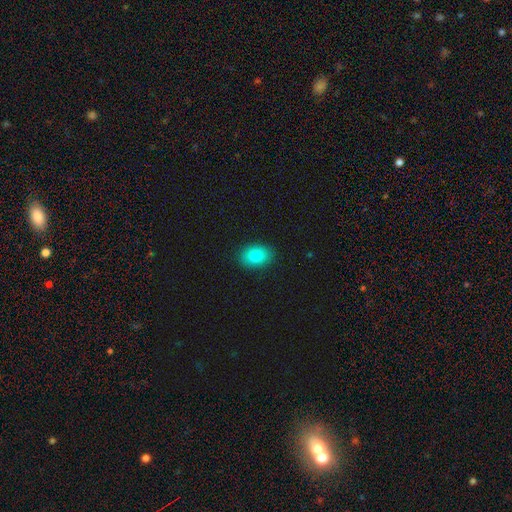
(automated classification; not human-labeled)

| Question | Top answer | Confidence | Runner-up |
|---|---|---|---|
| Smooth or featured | smooth | 87% | star or artifact (8%) |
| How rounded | in between | 81% | round (18%) |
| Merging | none | 88% | minor disturbance (8%) |